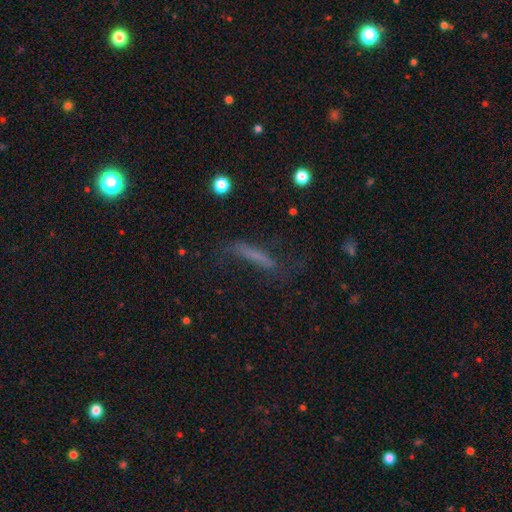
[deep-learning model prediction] Overall: smooth (52%; featured or disk 32%). How rounded: cigar-shaped (86%). Merging: none (53%; minor disturbance 23%).